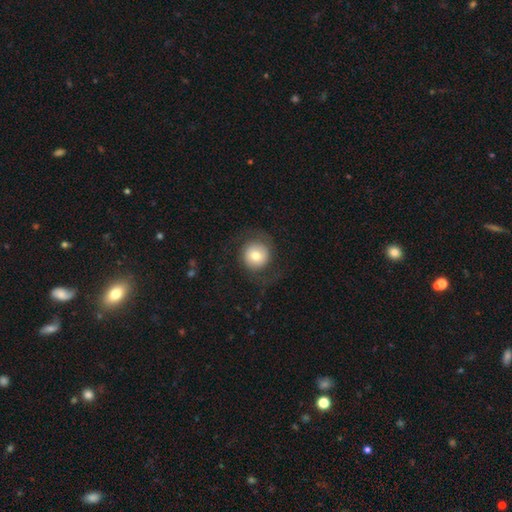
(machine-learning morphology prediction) A smooth galaxy with no disk features (63%) that is round (92%). Merging: none (72%).